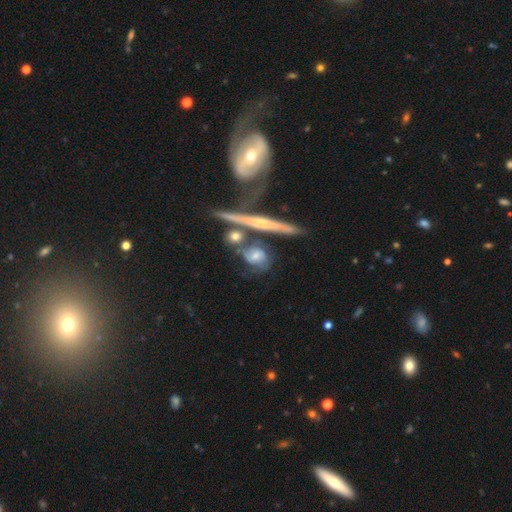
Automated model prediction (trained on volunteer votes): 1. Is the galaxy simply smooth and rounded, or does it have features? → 53% featured or disk, 39% smooth, 8% star or artifact.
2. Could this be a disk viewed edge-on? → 68% no, 32% yes.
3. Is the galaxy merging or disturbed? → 50% none, 21% merger, 19% minor disturbance, 10% major disturbance.